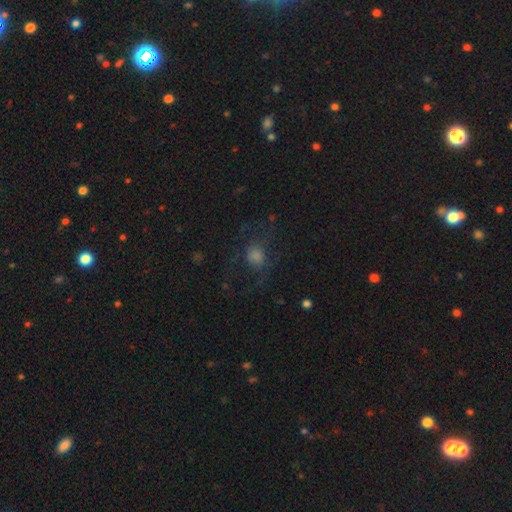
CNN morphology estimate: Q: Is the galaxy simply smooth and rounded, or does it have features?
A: smooth — 48%.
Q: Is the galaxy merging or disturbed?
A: none — 56%.